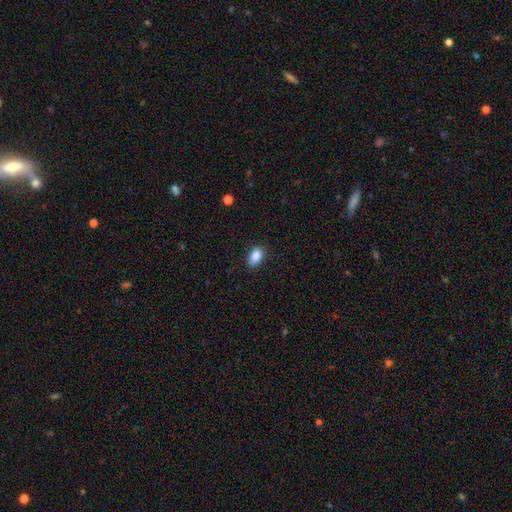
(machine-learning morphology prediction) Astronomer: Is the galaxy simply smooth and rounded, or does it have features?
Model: smooth — 88%.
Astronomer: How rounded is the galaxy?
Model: in between — 90%.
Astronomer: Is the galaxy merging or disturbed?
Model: none — 83%.